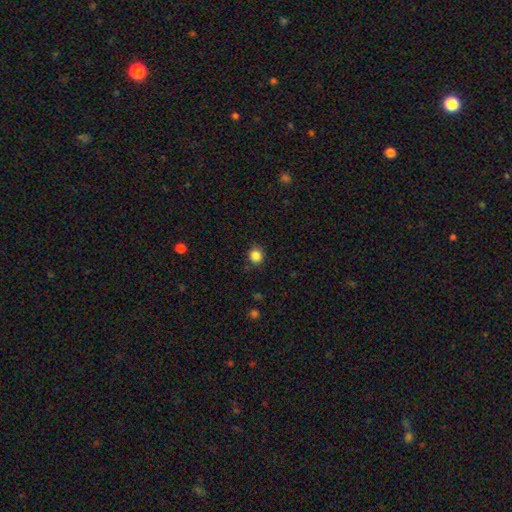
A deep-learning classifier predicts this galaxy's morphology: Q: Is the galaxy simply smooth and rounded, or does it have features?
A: smooth — 85%.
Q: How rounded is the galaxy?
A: round — 88%.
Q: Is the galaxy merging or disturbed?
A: none — 87%.